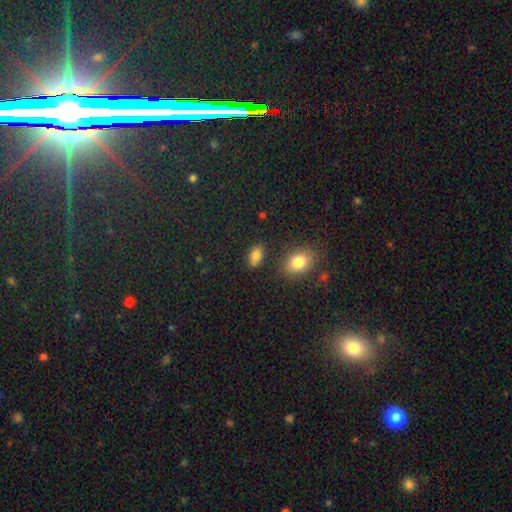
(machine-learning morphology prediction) Overall: smooth (84%). How rounded: in between (90%). Merging: none (82%).